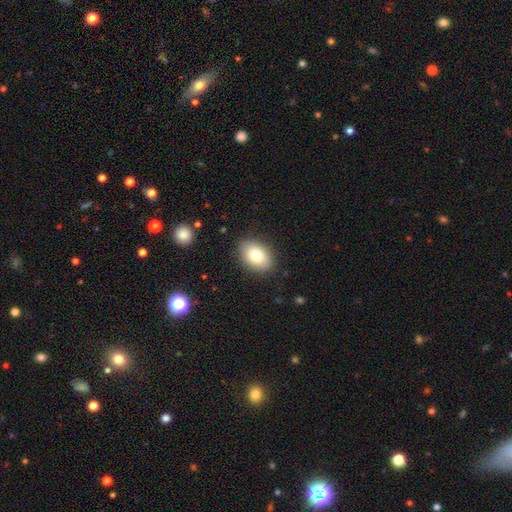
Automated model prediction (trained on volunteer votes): smooth-or-featured: smooth: 82% | featured or disk: 11% | star or artifact: 7%
  how-rounded: in between: 84% | round: 15% | cigar-shaped: 1%
  merging: none: 86% | minor disturbance: 10% | major disturbance: 3% | merger: 1%